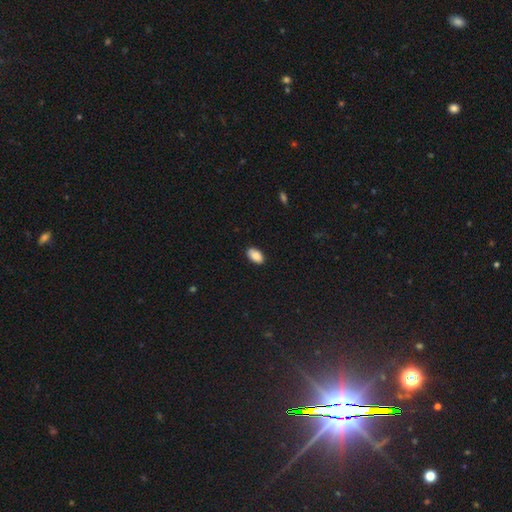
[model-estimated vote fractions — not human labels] A smooth galaxy with no disk features (89%) that is in between round and cigar-shaped (94%). Merging: none (86%).